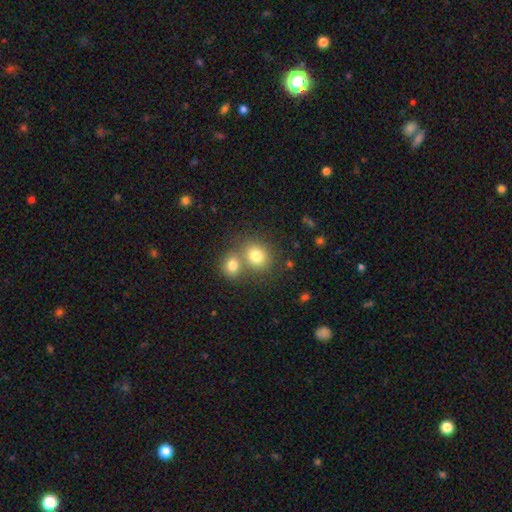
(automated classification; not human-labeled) smooth_or_featured: smooth (p=0.79) [alt: star or artifact p=0.11]
how_rounded: round (p=0.71) [alt: in between p=0.28]
merging: none (p=0.46) [alt: merger p=0.44]